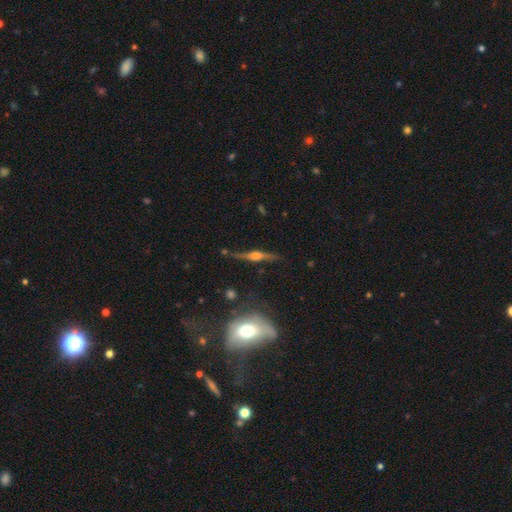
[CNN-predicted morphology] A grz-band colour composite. It shows a featured or disk galaxy (79%) viewed edge-on (95%) with a rounded central bulge (85%). Merging: none (80%).